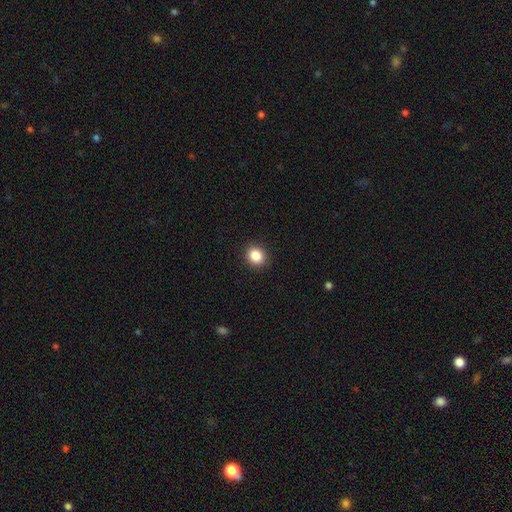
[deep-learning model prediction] A smooth galaxy with no disk features (86%) that is round (73%). Merging: none (91%).